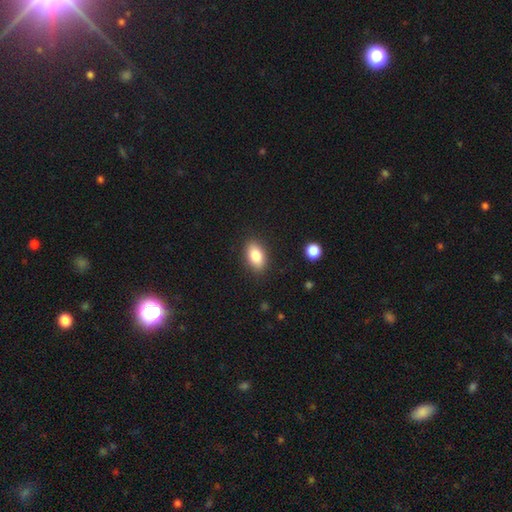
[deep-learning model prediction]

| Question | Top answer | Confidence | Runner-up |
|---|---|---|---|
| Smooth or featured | smooth | 84% | featured or disk (9%) |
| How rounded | in between | 90% | round (7%) |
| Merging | none | 88% | minor disturbance (9%) |